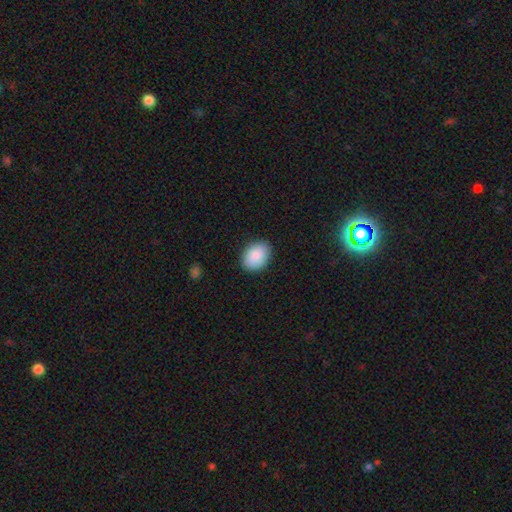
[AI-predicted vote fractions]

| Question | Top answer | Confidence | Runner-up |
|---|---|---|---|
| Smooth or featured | smooth | 89% | star or artifact (6%) |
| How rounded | in between | 70% | round (29%) |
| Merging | none | 87% | minor disturbance (10%) |